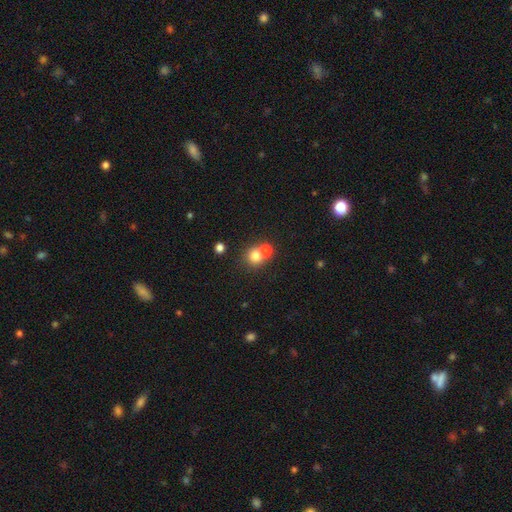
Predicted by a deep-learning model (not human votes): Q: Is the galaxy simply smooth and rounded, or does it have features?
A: smooth — 75%.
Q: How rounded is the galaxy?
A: round — 85%.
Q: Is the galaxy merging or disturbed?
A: merger — 50%.